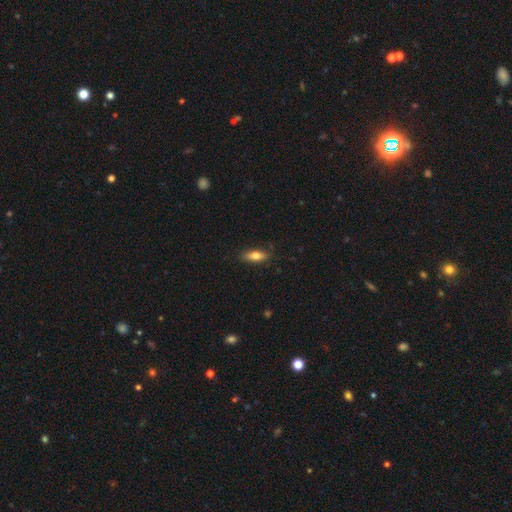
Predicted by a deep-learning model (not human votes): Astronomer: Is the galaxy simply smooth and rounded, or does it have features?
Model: smooth — 73%.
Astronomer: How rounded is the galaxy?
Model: in between — 60% (runner-up: cigar-shaped, 37%).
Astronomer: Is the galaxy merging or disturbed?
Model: none — 83%.